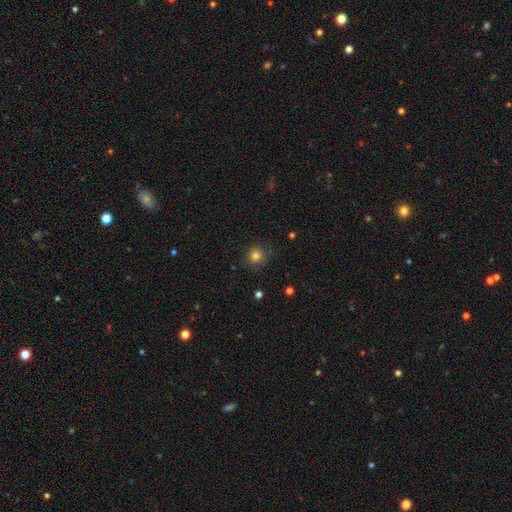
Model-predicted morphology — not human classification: Smooth or featured?
  - smooth: 80% *
  - star or artifact: 13%
  - featured or disk: 7%
How rounded?
  - round: 91% *
  - in between: 8%
  - cigar-shaped: 1%
Merging?
  - none: 83% *
  - minor disturbance: 12%
  - major disturbance: 3%
  - merger: 1%